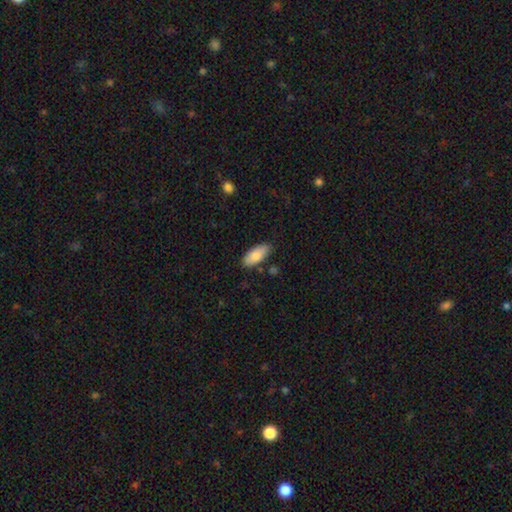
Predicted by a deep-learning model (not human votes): smooth_or_featured: smooth (p=0.82) [alt: featured or disk p=0.12]
how_rounded: in between (p=0.87) [alt: cigar-shaped p=0.11]
merging: none (p=0.83) [alt: minor disturbance p=0.12]